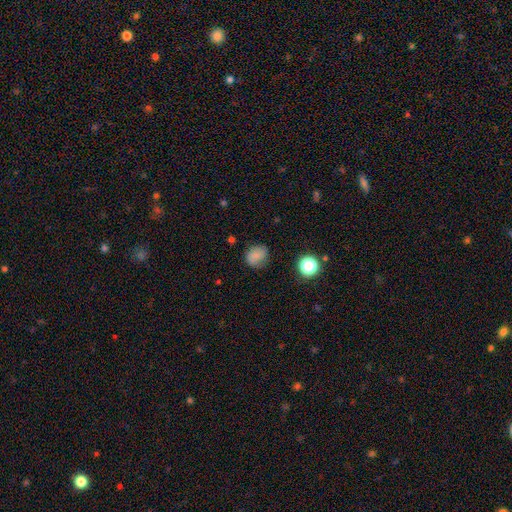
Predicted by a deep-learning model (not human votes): smooth 75%, star or artifact 13%, featured or disk 12%. Down the decision tree: how rounded — round (72%); merging — none (72%).